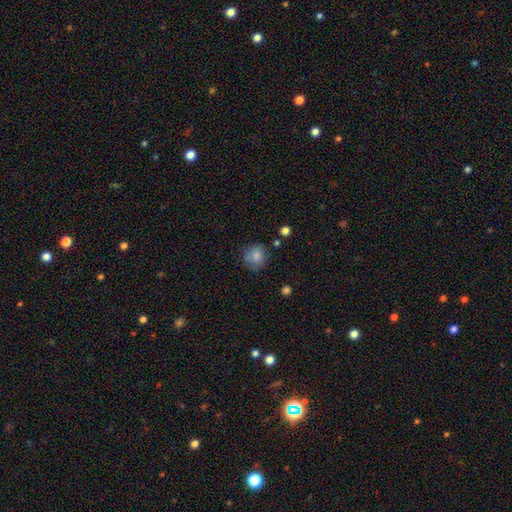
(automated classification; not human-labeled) This is likely a smooth galaxy (79%). How rounded: clearly round (84%). Merging: likely none (70%).